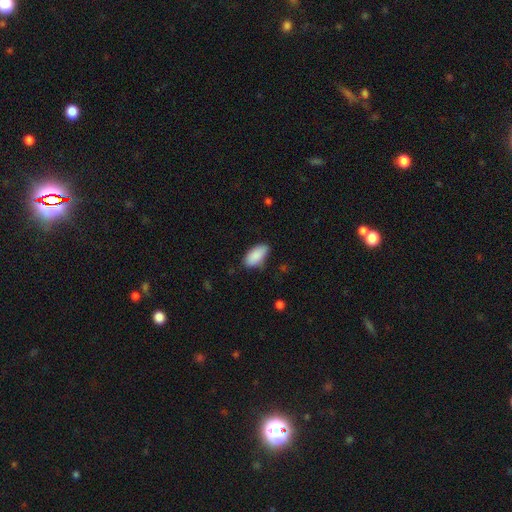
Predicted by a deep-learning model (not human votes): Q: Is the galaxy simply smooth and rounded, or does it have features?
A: smooth — 89%.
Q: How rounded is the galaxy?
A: in between — 92%.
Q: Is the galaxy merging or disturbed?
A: none — 76%.